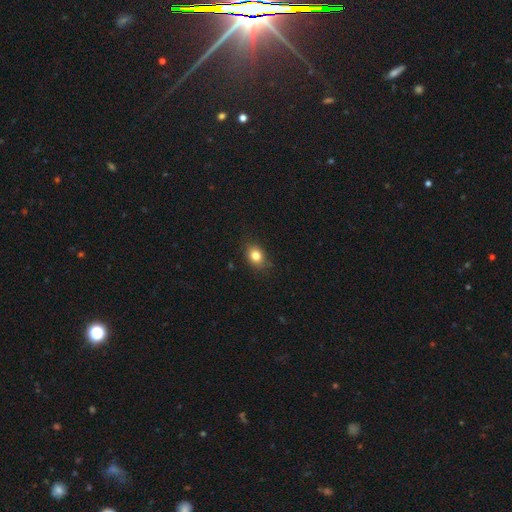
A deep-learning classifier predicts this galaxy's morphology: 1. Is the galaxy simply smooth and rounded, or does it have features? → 82% smooth, 11% star or artifact, 8% featured or disk.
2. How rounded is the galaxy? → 56% in between, 43% round, 1% cigar-shaped.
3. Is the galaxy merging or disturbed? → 81% none, 15% minor disturbance, 3% major disturbance, 1% merger.